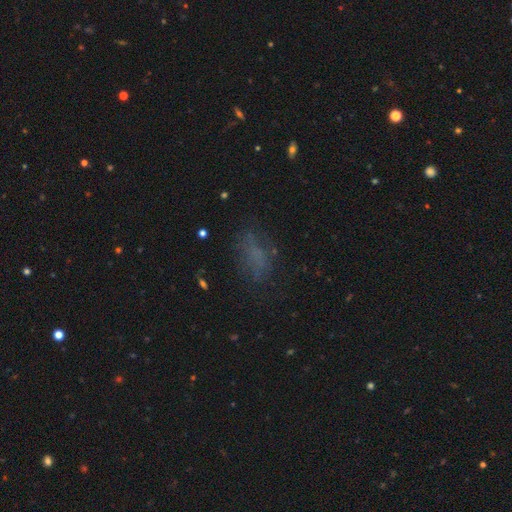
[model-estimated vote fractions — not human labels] Smooth or featured? smooth (56%)
How rounded? in between (82%)
Merging? none (60%)